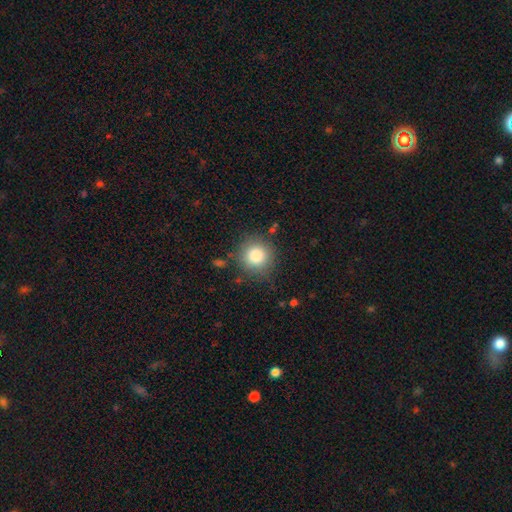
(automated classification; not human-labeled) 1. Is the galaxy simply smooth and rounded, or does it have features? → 82% smooth, 11% star or artifact, 7% featured or disk.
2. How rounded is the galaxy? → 93% round, 6% in between, 1% cigar-shaped.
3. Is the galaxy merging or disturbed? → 84% none, 10% minor disturbance, 4% major disturbance, 2% merger.